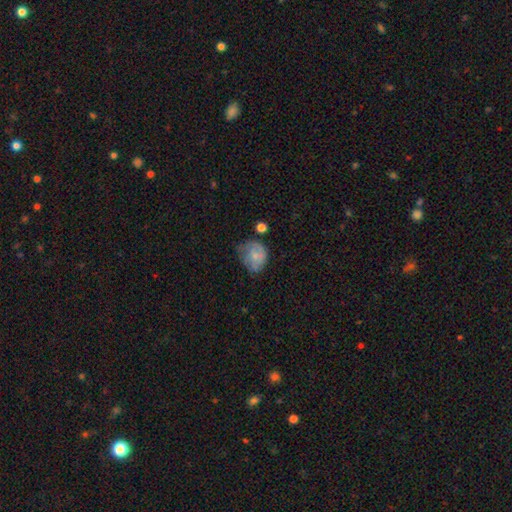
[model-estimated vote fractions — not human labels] Smooth or featured? Predicted: smooth (p=0.67). How rounded? Predicted: round (p=0.62). Merging? Predicted: none (p=0.39).